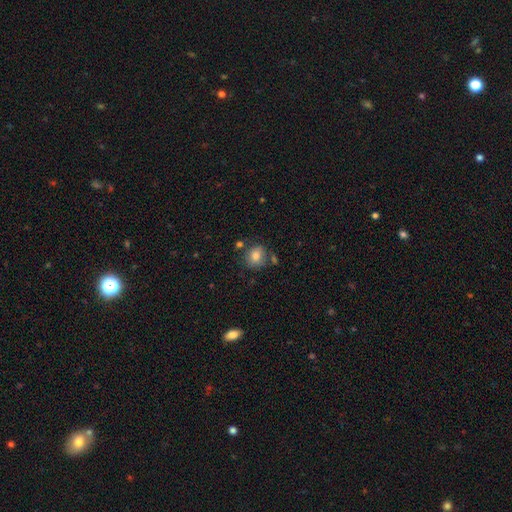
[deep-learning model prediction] This is likely a smooth galaxy (78%). How rounded: likely round (77%). Merging: likely none (71%).